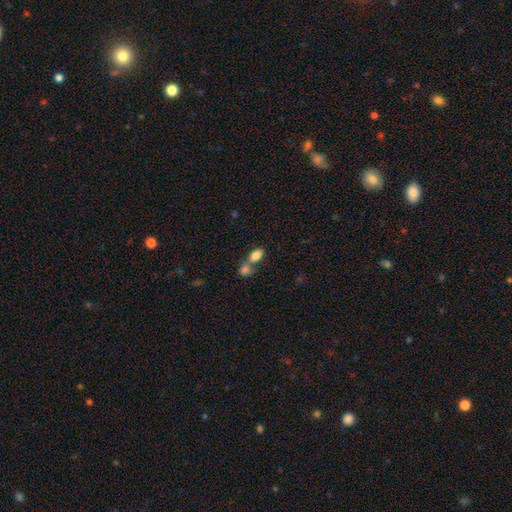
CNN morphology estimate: Smooth or featured? smooth (82%)
How rounded? in between (87%)
Merging? merger (54%)